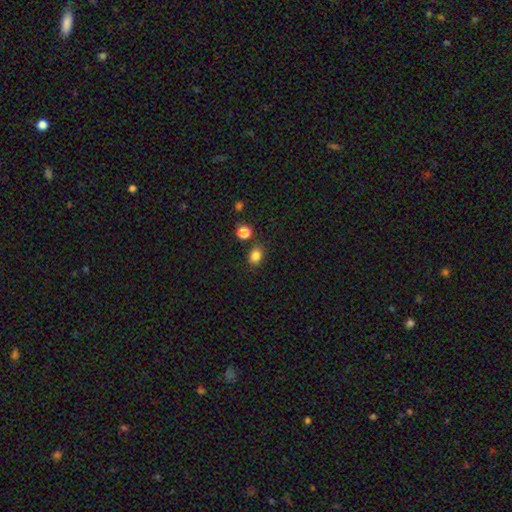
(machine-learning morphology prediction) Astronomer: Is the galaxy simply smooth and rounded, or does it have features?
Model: smooth — 83%.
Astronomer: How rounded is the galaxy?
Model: in between — 59% (runner-up: round, 40%).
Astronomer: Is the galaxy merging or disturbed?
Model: none — 77%.